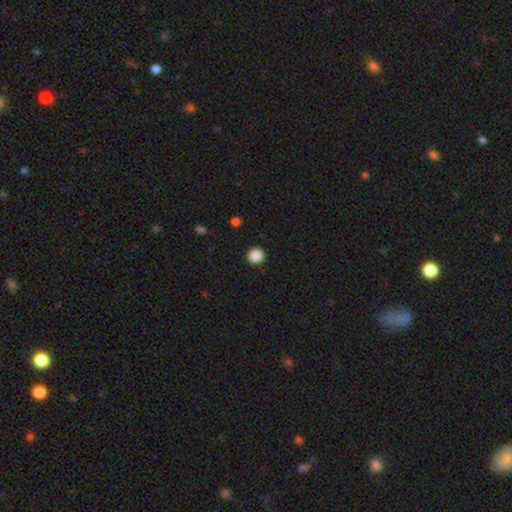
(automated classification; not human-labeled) smooth_or_featured: smooth (p=0.88) [alt: star or artifact p=0.10]
how_rounded: round (p=0.93) [alt: in between p=0.06]
merging: none (p=0.92) [alt: minor disturbance p=0.05]